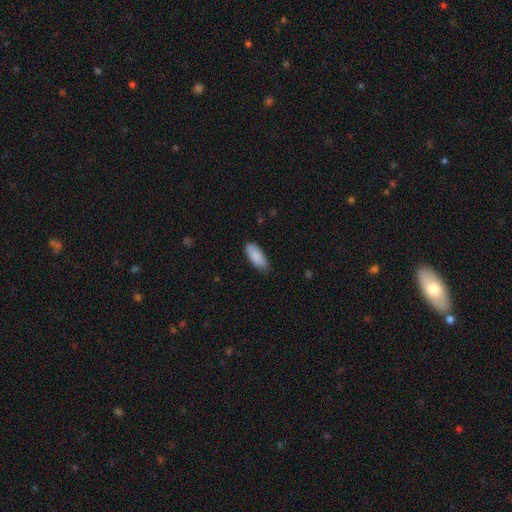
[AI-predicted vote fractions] This is clearly a smooth galaxy (89%). How rounded: clearly in between (81%). Merging: clearly none (82%).